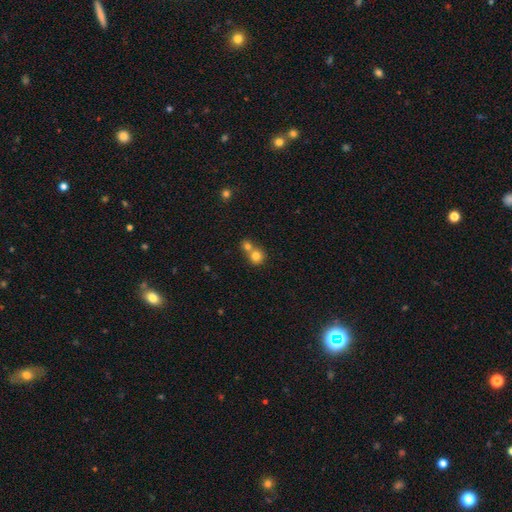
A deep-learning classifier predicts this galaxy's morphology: smooth 78%, star or artifact 12%, featured or disk 10%. Down the decision tree: how rounded — round (85%); merging — merger (51%).